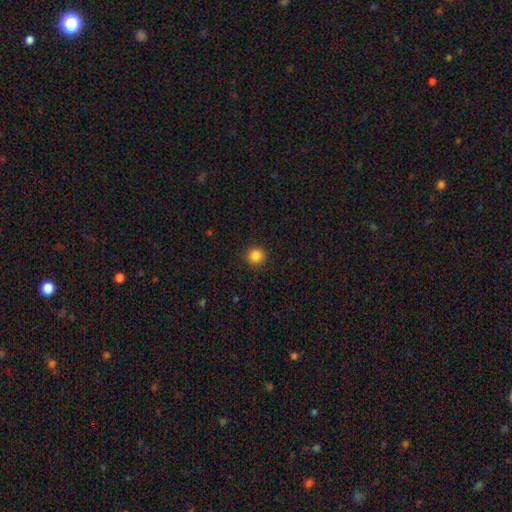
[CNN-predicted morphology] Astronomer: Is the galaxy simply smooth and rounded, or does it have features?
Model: smooth — 86%.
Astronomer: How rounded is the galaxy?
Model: round — 92%.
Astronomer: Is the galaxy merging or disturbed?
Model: none — 91%.